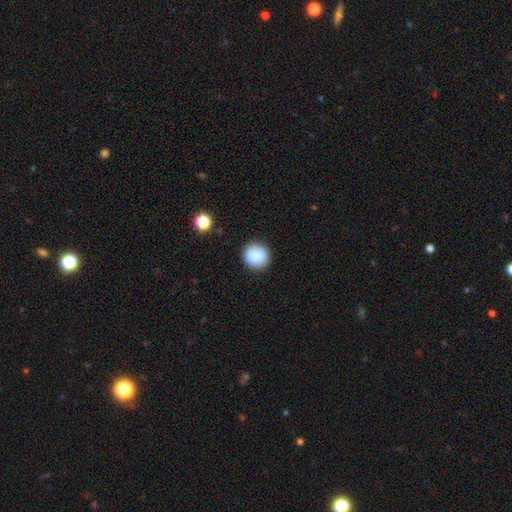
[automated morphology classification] This is clearly a smooth galaxy (88%). How rounded: clearly round (93%). Merging: clearly none (90%).